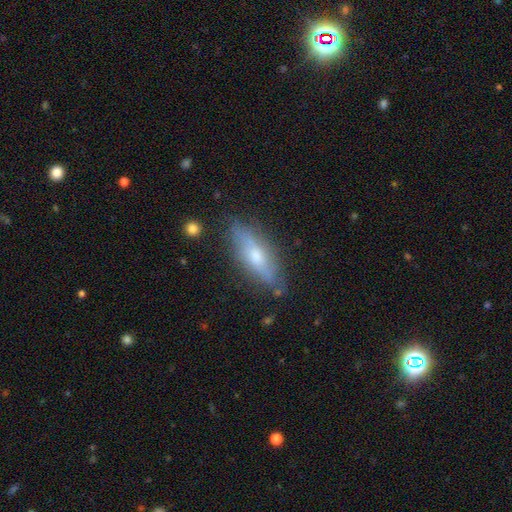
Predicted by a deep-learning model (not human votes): Morphology: type=featured or disk (53%); edge-on=yes (76%); merging=none (79%).